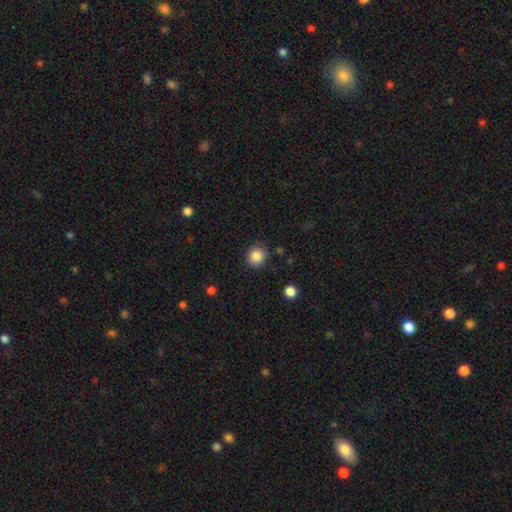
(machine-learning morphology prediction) A smooth galaxy with no disk features (86%) that is round (90%). Merging: none (88%).